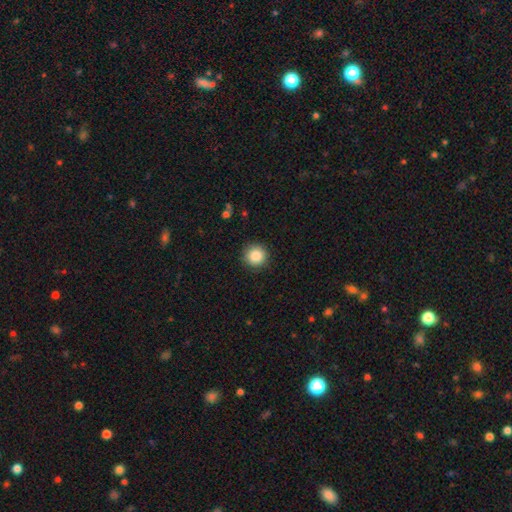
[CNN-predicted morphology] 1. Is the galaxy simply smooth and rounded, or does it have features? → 87% smooth, 9% star or artifact, 4% featured or disk.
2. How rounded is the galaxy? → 95% round, 4% in between, 1% cigar-shaped.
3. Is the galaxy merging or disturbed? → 90% none, 7% minor disturbance, 2% major disturbance, 1% merger.